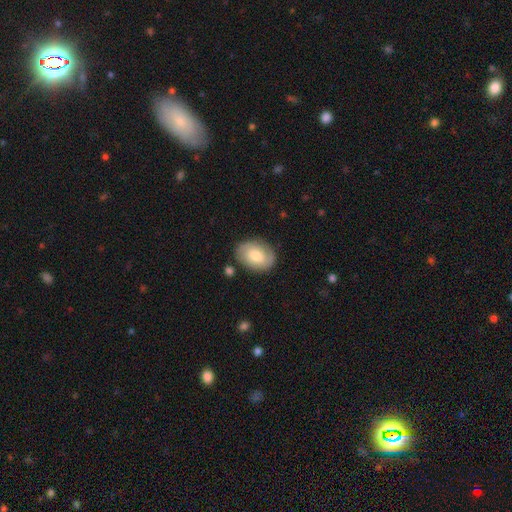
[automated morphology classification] Q: Smooth or featured?
A: smooth (53%); runner-up: featured or disk (40%)
Q: How rounded?
A: in between (73%); runner-up: round (26%)
Q: Merging?
A: none (79%); runner-up: minor disturbance (14%)